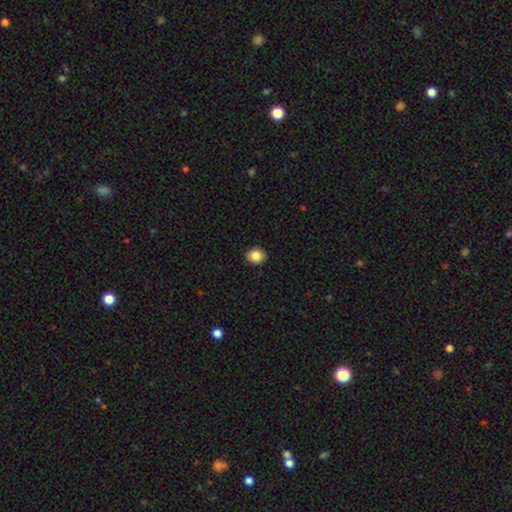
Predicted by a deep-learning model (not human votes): This is clearly a smooth galaxy (86%). How rounded: likely round (65%). Merging: clearly none (91%).